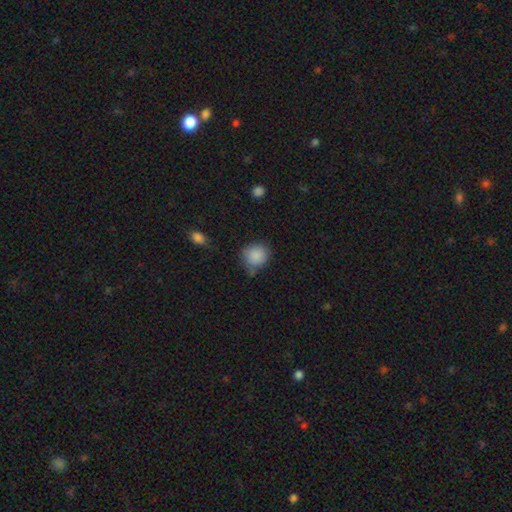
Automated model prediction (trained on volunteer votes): A smooth galaxy with no disk features (87%) that is round (78%).

Vote fractions:
- Smooth or featured? smooth: 87% / star or artifact: 8% / featured or disk: 5%
- How rounded? round: 78% / in between: 21% / cigar-shaped: 1%
- Merging? none: 64% / minor disturbance: 25% / major disturbance: 6% / merger: 5%